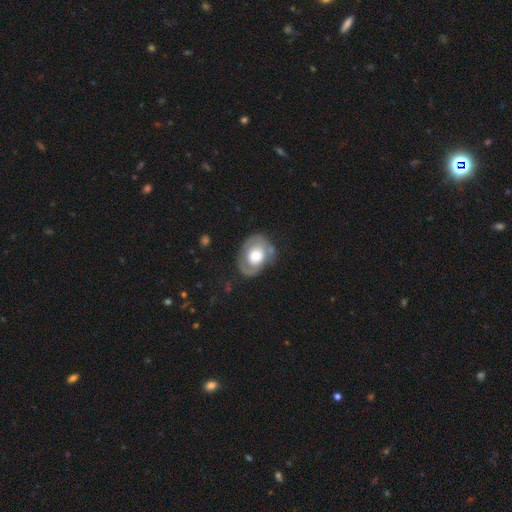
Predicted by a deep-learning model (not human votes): Smooth or featured?
  - featured or disk: 55% *
  - smooth: 39%
  - star or artifact: 6%
Edge-on disk?
  - no: 96% *
  - yes: 4%
Bar?
  - no: 80% *
  - weak: 16%
  - strong: 4%
Spiral arms?
  - no: 50% * (tied)
  - yes: 50% * (tied)
Bulge size?
  - large: 51% *
  - moderate: 35%
  - dominant: 7%
  - small: 6%
  - none: 2%
Merging?
  - none: 63% *
  - minor disturbance: 23%
  - major disturbance: 11%
  - merger: 3%